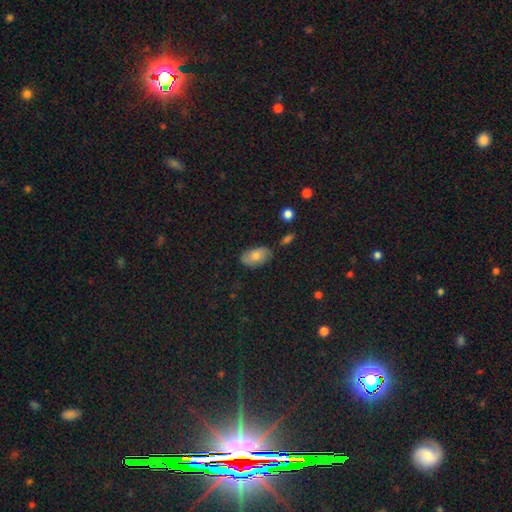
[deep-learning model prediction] Smooth or featured?
  - smooth: 72% *
  - featured or disk: 18%
  - star or artifact: 9%
How rounded?
  - in between: 92% *
  - round: 6%
  - cigar-shaped: 2%
Merging?
  - none: 74% *
  - minor disturbance: 20%
  - major disturbance: 4%
  - merger: 3%